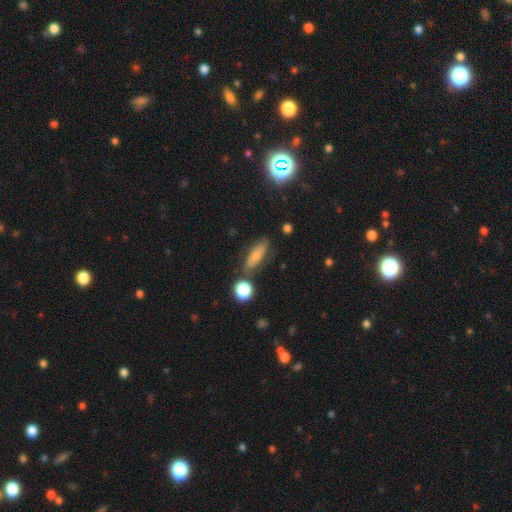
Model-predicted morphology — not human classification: A smooth galaxy with no disk features (66%) that is in between round and cigar-shaped (55%).

Vote fractions:
- Smooth or featured? smooth: 66% / featured or disk: 23% / star or artifact: 11%
- How rounded? in between: 55% / cigar-shaped: 39% / round: 6%
- Merging? none: 68% / minor disturbance: 18% / merger: 7% / major disturbance: 6%